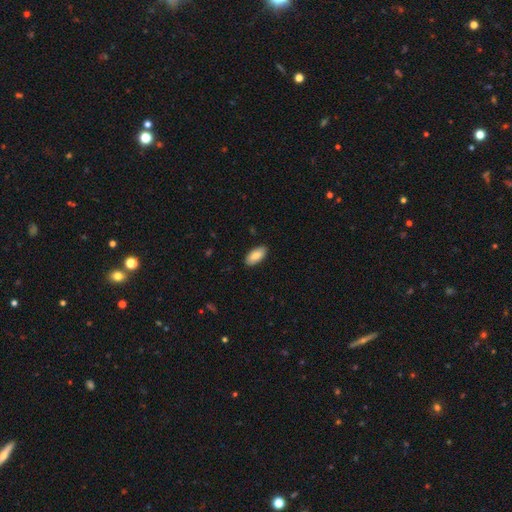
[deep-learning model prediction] smooth 83%, featured or disk 12%, star or artifact 6%. Down the decision tree: how rounded — in between (91%); merging — none (88%).